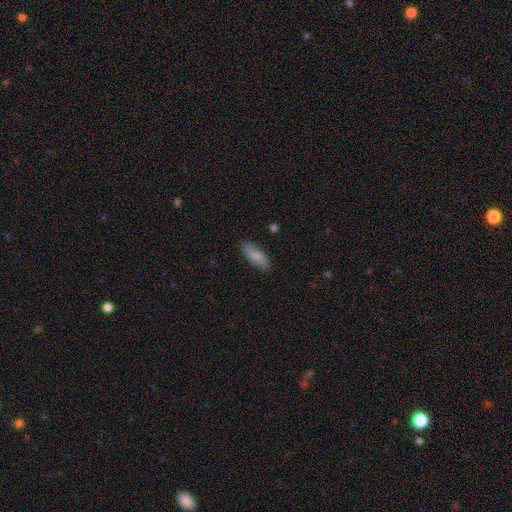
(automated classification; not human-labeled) smooth 74%, featured or disk 20%, star or artifact 6%. Down the decision tree: how rounded — in between (74%); merging — none (81%).